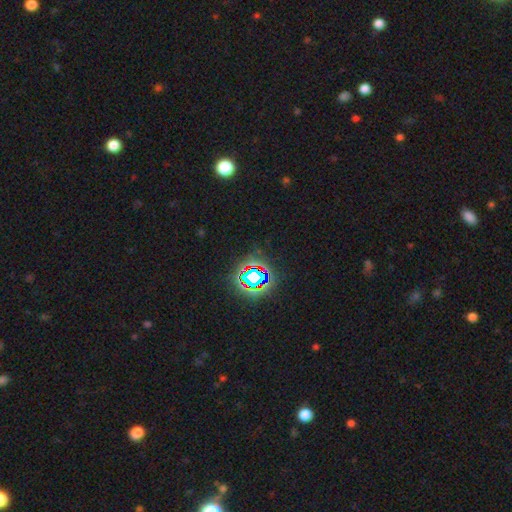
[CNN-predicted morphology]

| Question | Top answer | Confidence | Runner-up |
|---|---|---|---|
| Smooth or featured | star or artifact | 77% | smooth (15%) |